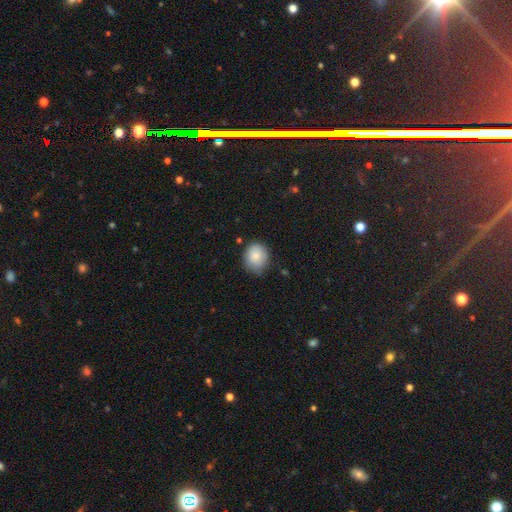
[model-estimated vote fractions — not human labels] The model was most divided on "how rounded": round: 71%, in between: 29%, cigar-shaped: 1%. More confident: smooth or featured — smooth (83%); merging — none (73%).